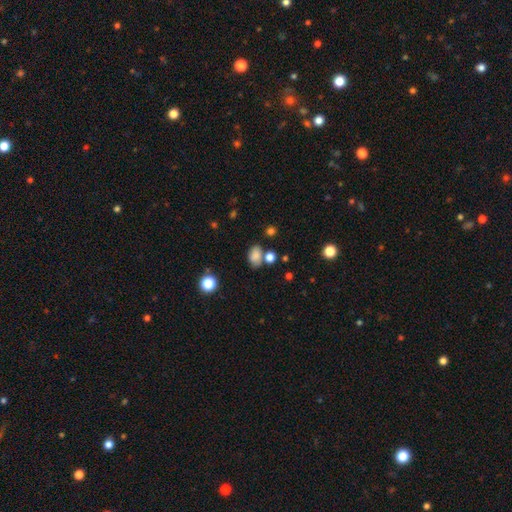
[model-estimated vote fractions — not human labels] Smooth or featured? smooth (79%)
How rounded? in between (81%)
Merging? none (57%)